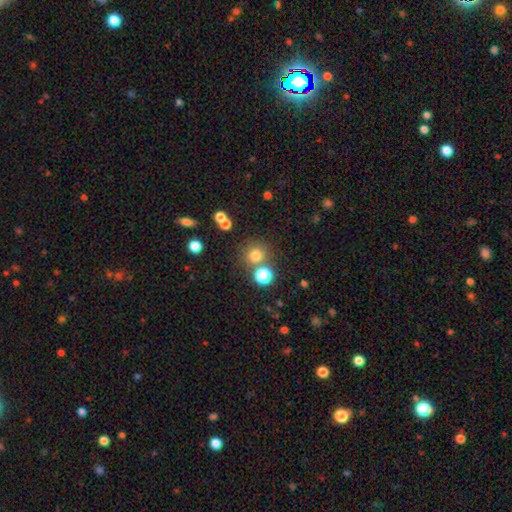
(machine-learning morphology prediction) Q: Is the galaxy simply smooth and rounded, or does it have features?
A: smooth — 74%.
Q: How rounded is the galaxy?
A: round — 93%.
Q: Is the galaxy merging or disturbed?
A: none — 76%.